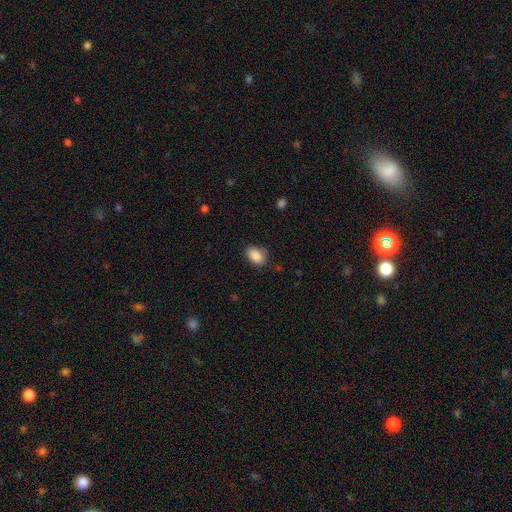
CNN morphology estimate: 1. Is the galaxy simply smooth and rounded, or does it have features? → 89% smooth, 8% star or artifact, 4% featured or disk.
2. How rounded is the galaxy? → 86% in between, 13% round, 1% cigar-shaped.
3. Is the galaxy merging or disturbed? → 81% none, 15% minor disturbance, 3% major disturbance, 1% merger.